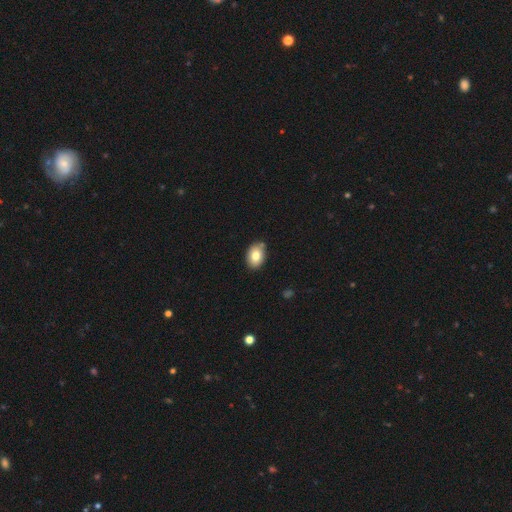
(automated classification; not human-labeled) Morphology: type=smooth (79%); roundness=in between (77%); merging=none (79%).